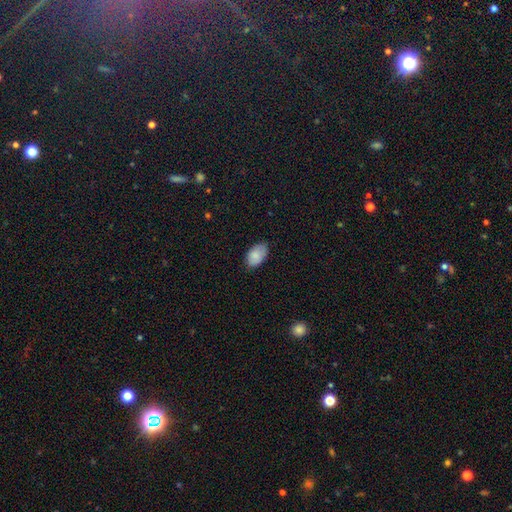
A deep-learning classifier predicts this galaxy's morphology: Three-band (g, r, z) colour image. It shows a smooth galaxy with no disk features (84%) that is in between round and cigar-shaped (93%). Merging: none (75%).